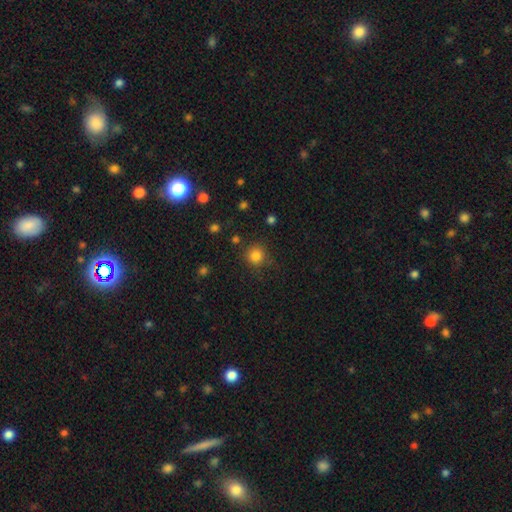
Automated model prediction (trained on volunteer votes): This is clearly a smooth galaxy (82%). How rounded: clearly round (93%). Merging: clearly none (84%).